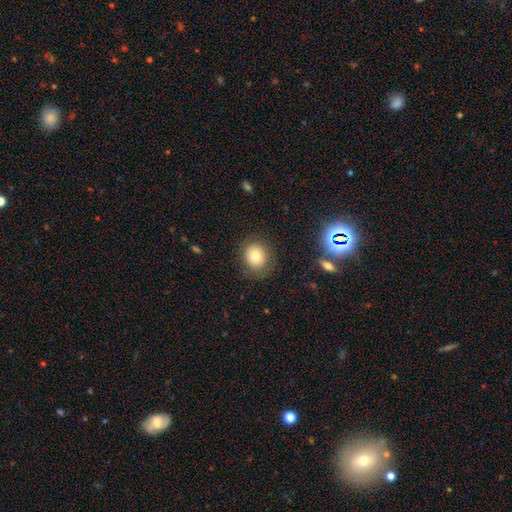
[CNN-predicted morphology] Smooth or featured? Predicted: smooth (p=0.76). How rounded? Predicted: round (p=0.82). Merging? Predicted: none (p=0.82).